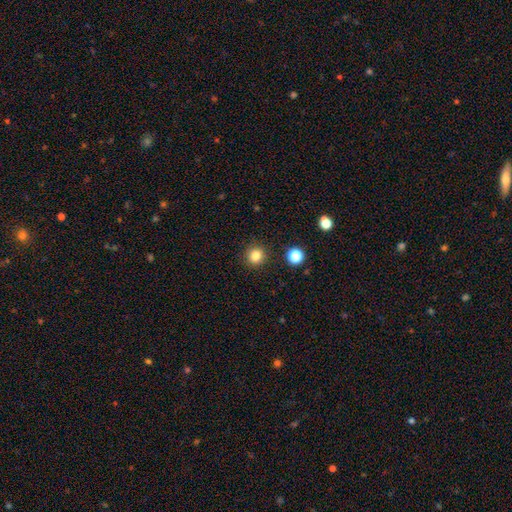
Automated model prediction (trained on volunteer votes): This appears to be a smooth galaxy with no disk features (82%) that is round (91%). Merging: none (90%).